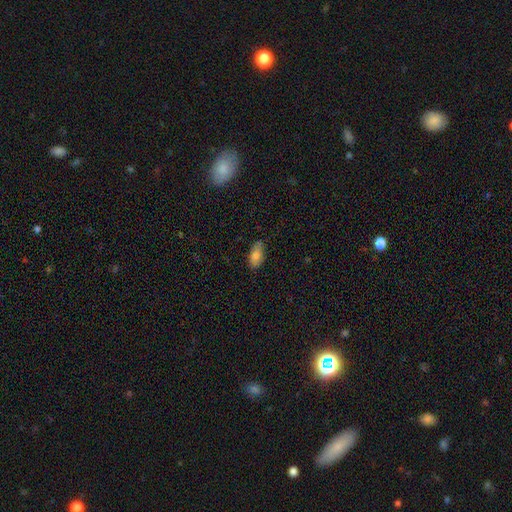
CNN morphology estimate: Smooth or featured?
  - smooth: 78% *
  - featured or disk: 15%
  - star or artifact: 7%
How rounded?
  - in between: 90% *
  - cigar-shaped: 7%
  - round: 3%
Merging?
  - none: 78% *
  - minor disturbance: 18%
  - major disturbance: 3%
  - merger: 1%